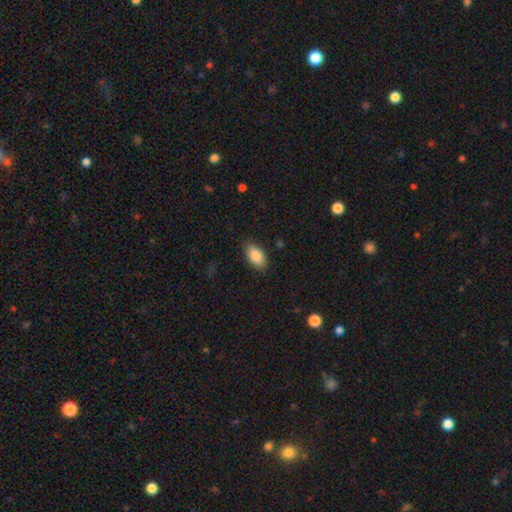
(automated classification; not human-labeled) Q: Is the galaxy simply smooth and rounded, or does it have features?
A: smooth — 88%.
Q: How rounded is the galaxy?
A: in between — 93%.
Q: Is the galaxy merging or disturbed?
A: none — 85%.